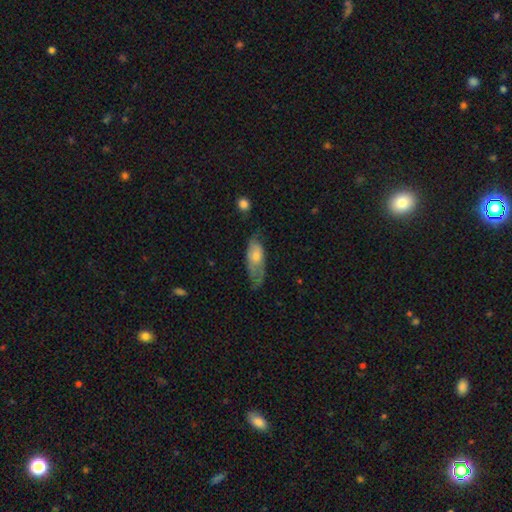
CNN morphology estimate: A smooth galaxy with no disk features (51%) that is in between round and cigar-shaped (74%). Merging: none (46%).